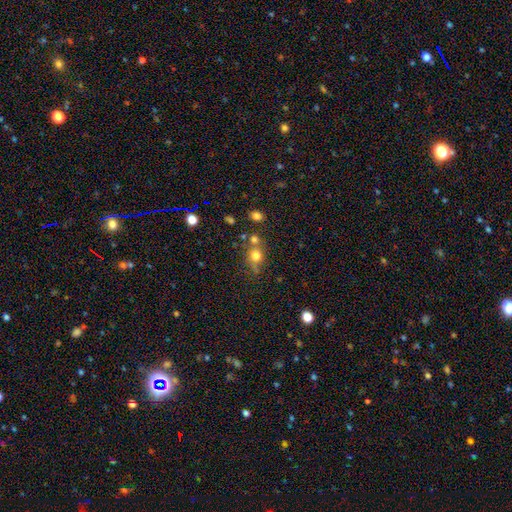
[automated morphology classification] A smooth galaxy with no disk features (74%) that is round (74%).

Vote fractions:
- Smooth or featured? smooth: 74% / star or artifact: 14% / featured or disk: 12%
- How rounded? round: 74% / in between: 24% / cigar-shaped: 2%
- Merging? none: 49% / merger: 27% / minor disturbance: 16% / major disturbance: 8%